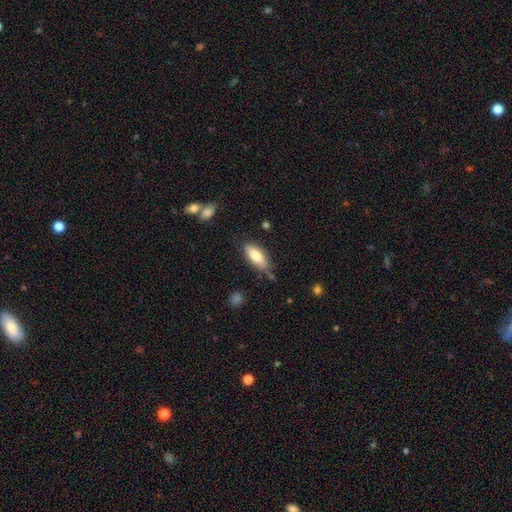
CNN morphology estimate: Overall: smooth (78%). How rounded: in between (75%). Merging: none (69%).